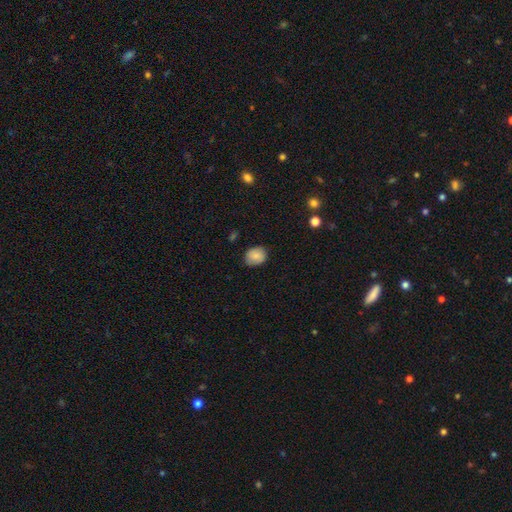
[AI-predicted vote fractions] Smooth or featured? Predicted: smooth (p=0.83). How rounded? Predicted: round (p=0.54). Merging? Predicted: none (p=0.79).